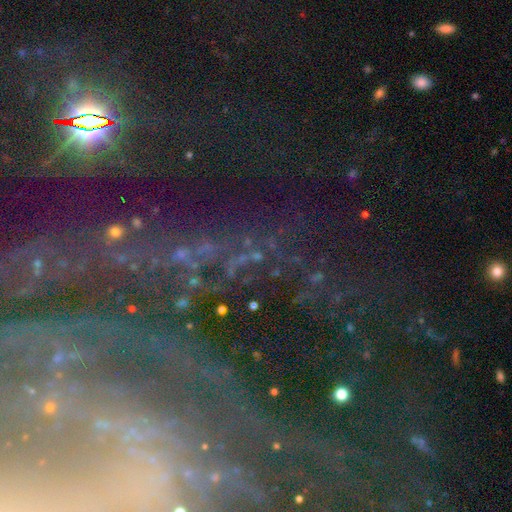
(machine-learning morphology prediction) Q: Smooth or featured?
A: star or artifact (60%); runner-up: featured or disk (23%)